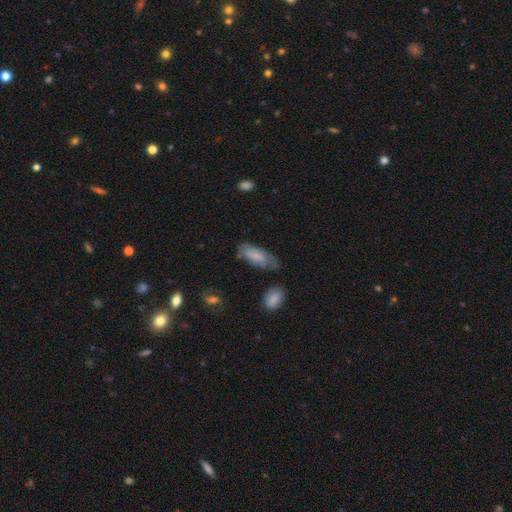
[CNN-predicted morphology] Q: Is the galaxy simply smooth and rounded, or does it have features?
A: smooth — 72%.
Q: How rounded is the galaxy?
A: in between — 81%.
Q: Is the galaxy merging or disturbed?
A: none — 55%.